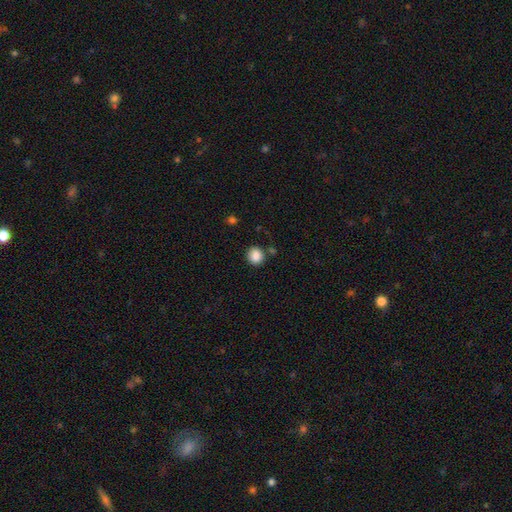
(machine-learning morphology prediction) Q: Smooth or featured?
A: smooth (87%); runner-up: star or artifact (10%)
Q: How rounded?
A: round (82%); runner-up: in between (17%)
Q: Merging?
A: none (82%); runner-up: minor disturbance (10%)